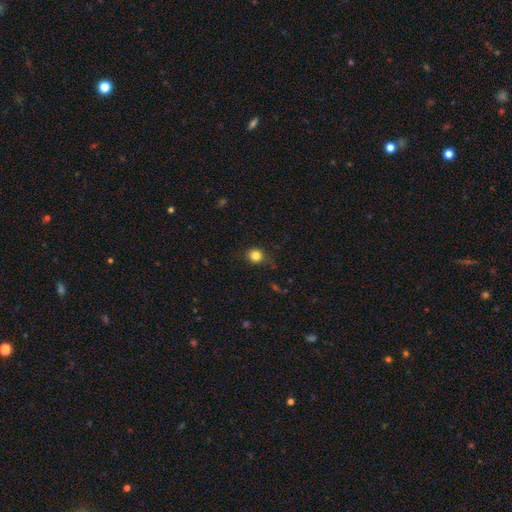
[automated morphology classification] Smooth or featured? smooth (83%)
How rounded? round (85%)
Merging? none (83%)